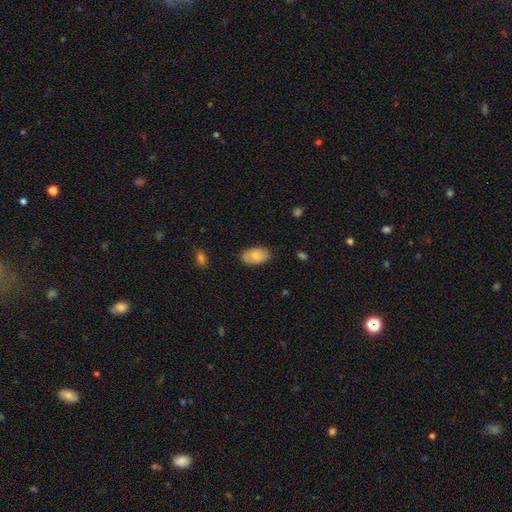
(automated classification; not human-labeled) Smooth or featured? Predicted: smooth (p=0.79). How rounded? Predicted: in between (p=0.94). Merging? Predicted: none (p=0.83).